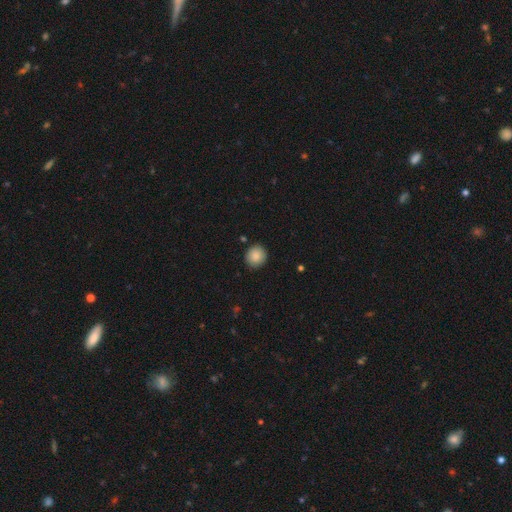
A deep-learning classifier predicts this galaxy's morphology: The model was most divided on "smooth or featured": smooth: 88%, star or artifact: 8%, featured or disk: 4%. More confident: how rounded — round (90%); merging — none (89%).